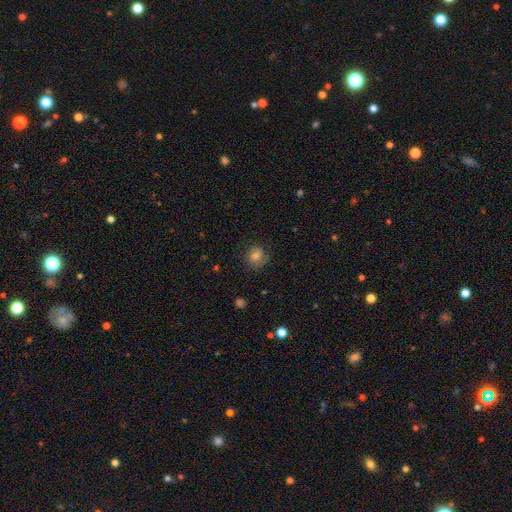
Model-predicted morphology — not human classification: This appears to be a smooth galaxy with no disk features (57%) that is round (75%). Merging: none (69%).